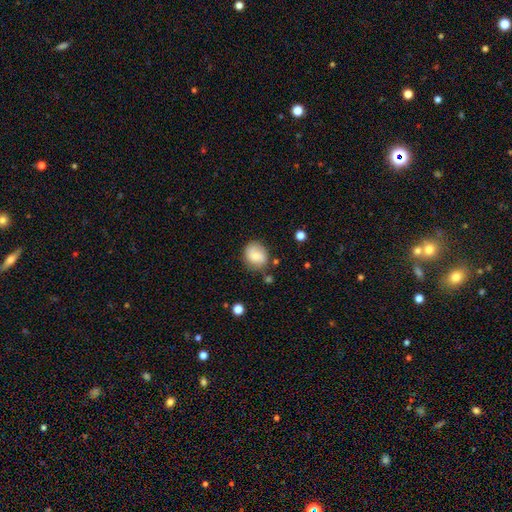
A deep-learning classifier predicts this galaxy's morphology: A smooth galaxy with no disk features (77%) that is round (64%). Merging: none (68%).